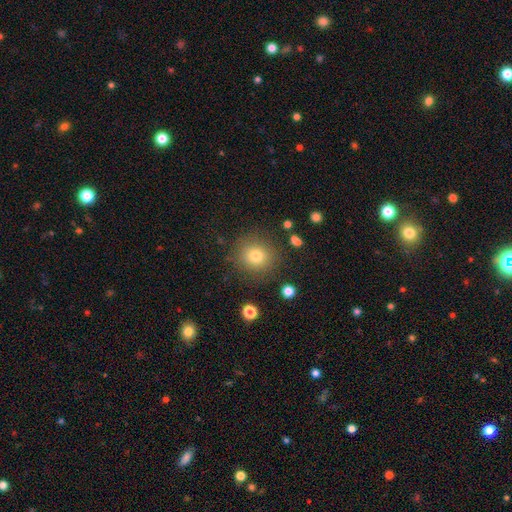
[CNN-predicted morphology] A smooth galaxy with no disk features (77%) that is round (90%).

Vote fractions:
- Smooth or featured? smooth: 77% / star or artifact: 13% / featured or disk: 10%
- How rounded? round: 90% / in between: 9% / cigar-shaped: 1%
- Merging? none: 86% / minor disturbance: 9% / major disturbance: 4% / merger: 2%